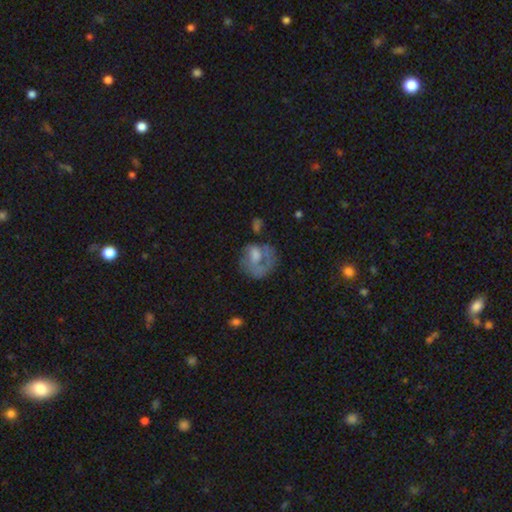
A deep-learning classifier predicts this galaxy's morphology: The model was most divided on "merging": none: 40%, major disturbance: 34%, minor disturbance: 21%, merger: 5%. More confident: edge-on disk — no (97%); smooth or featured — featured or disk (50%).